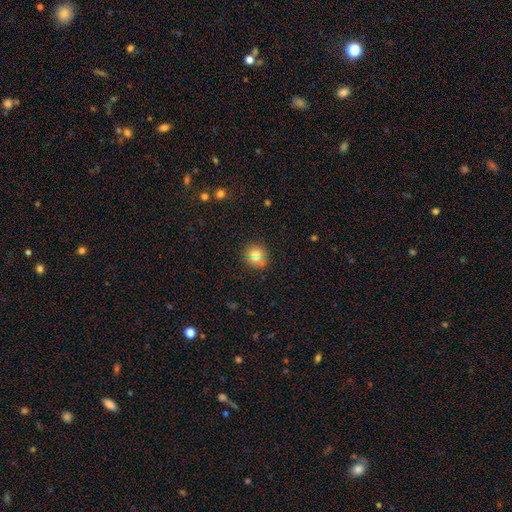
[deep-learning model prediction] Morphology: type=smooth (75%); roundness=round (85%); merging=none (70%).